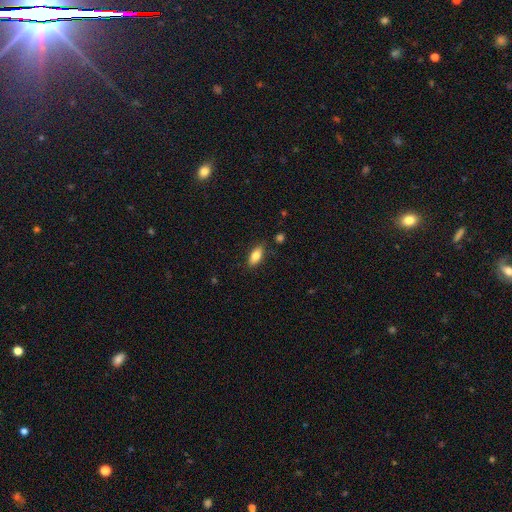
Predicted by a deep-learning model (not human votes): This is likely a smooth galaxy (79%). How rounded: clearly in between (84%). Merging: clearly none (83%).